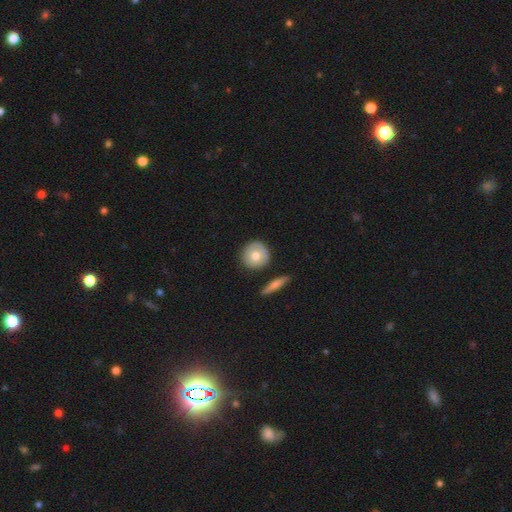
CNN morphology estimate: This is likely a smooth galaxy (68%). How rounded: clearly round (90%). Merging: clearly none (83%).